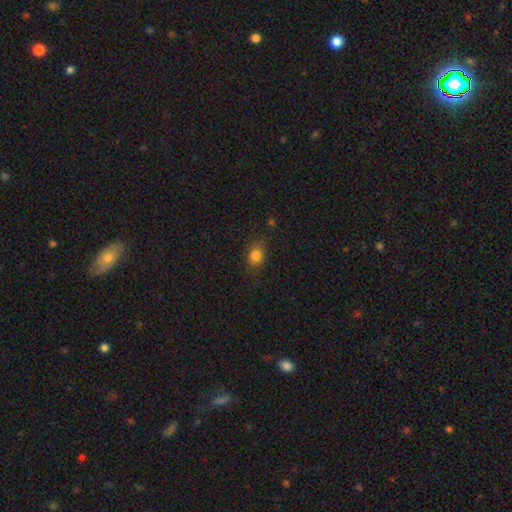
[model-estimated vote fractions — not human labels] Overall: smooth (81%). How rounded: in between (58%; round 40%). Merging: none (79%).